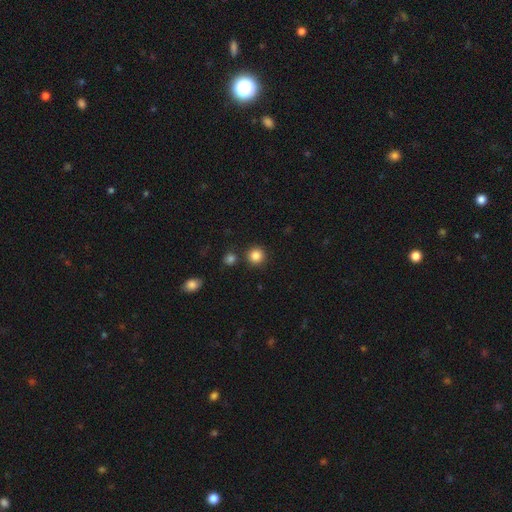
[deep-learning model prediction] smooth_or_featured: smooth (p=0.85) [alt: star or artifact p=0.11]
how_rounded: round (p=0.94) [alt: in between p=0.05]
merging: none (p=0.86) [alt: minor disturbance p=0.06]